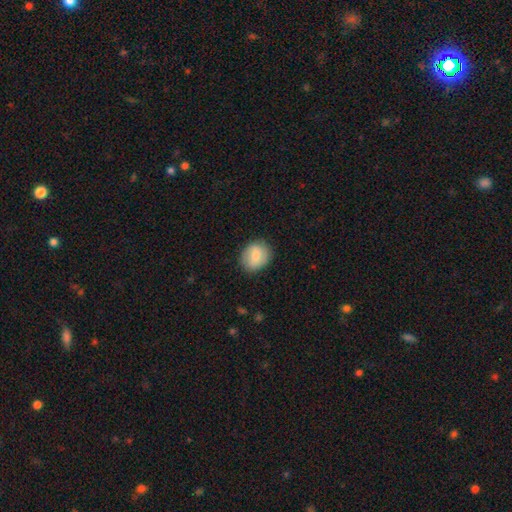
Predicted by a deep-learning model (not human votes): The model was most divided on "how rounded": round: 61%, in between: 38%, cigar-shaped: 1%. More confident: merging — none (85%); smooth or featured — smooth (78%).